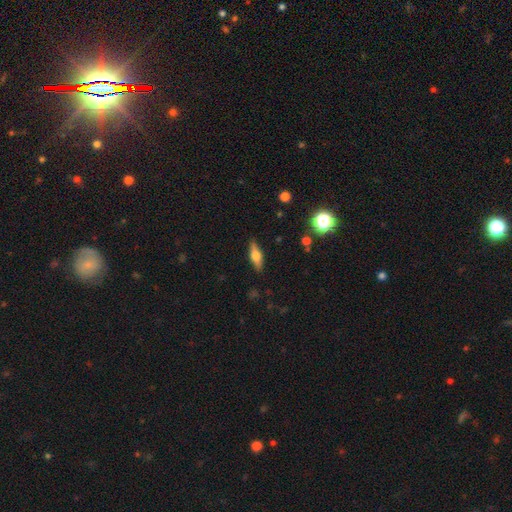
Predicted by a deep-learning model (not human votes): This appears to be a featured or disk galaxy (48%). Merging: none (87%).